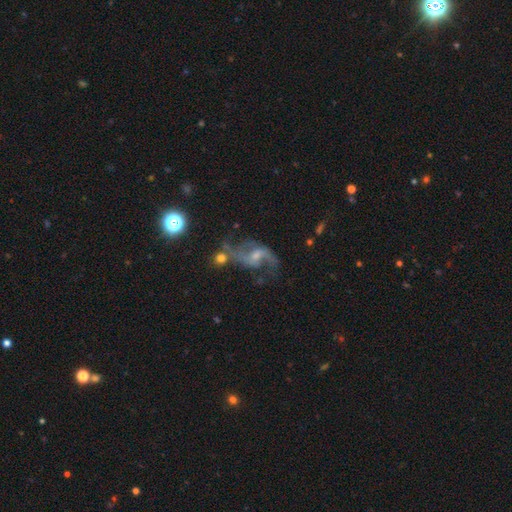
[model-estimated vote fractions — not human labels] A featured or disk galaxy (81%) with a weak bar (46%), 2 (87%) loose (72%) spiral arms (92%) and a small central bulge (52%).

Vote fractions:
- Smooth or featured? featured or disk: 81% / star or artifact: 10% / smooth: 9%
- Edge-on disk? no: 97% / yes: 3%
- Bar? weak: 46% / no: 41% / strong: 14%
- Spiral arms? yes: 92% / no: 8%
- Spiral winding? loose: 72% / medium: 23% / tight: 5%
- Spiral arm count? 2: 87% / can't tell: 4% / 1: 3% / 3: 2% / 4: 1% / more than 4: 1%
- Bulge size? small: 52% / moderate: 36% / none: 8% / large: 3% / dominant: 1%
- Merging? none: 50% / major disturbance: 20% / minor disturbance: 19% / merger: 11%